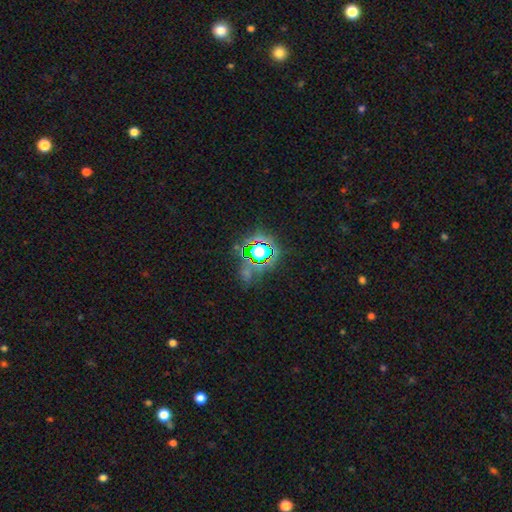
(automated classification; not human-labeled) smooth_or_featured: star or artifact (p=0.78) [alt: smooth p=0.14]